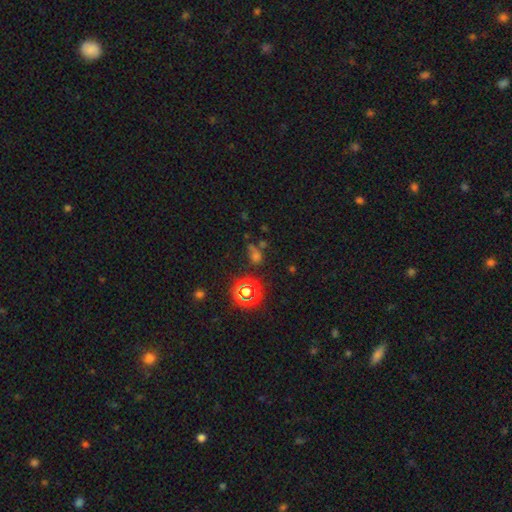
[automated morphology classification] This is possibly a star or artifact rather than a galaxy (48%).